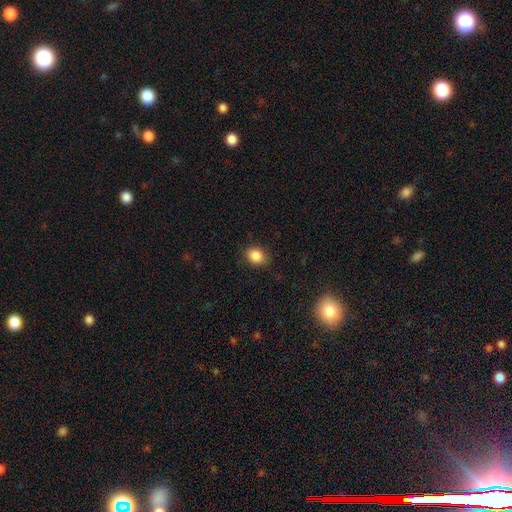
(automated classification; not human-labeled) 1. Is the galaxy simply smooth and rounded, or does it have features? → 86% smooth, 9% star or artifact, 5% featured or disk.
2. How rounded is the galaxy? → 57% in between, 42% round, 1% cigar-shaped.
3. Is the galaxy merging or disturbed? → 85% none, 11% minor disturbance, 3% major disturbance, 1% merger.